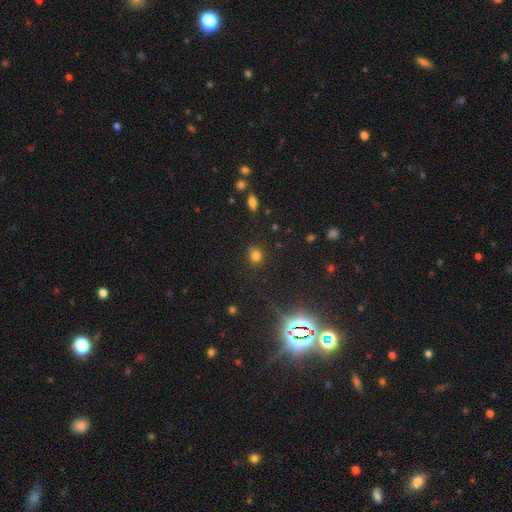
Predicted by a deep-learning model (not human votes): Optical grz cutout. It shows a smooth galaxy with no disk features (78%) that is round (78%). Merging: none (85%).